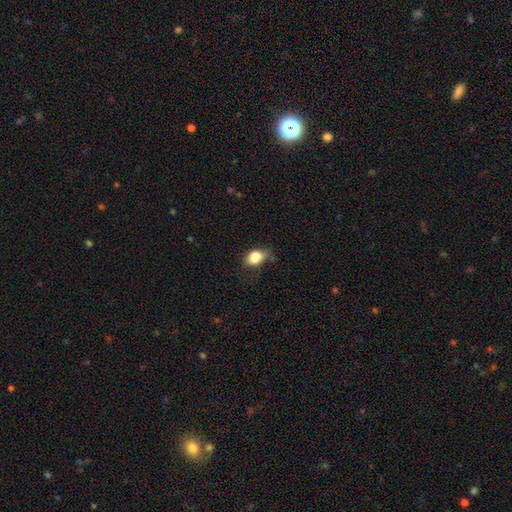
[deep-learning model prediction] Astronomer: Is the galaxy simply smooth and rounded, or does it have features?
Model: smooth — 80%.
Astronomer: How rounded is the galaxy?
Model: in between — 74%.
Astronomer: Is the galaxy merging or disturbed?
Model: none — 38% (runner-up: minor disturbance, 34%).